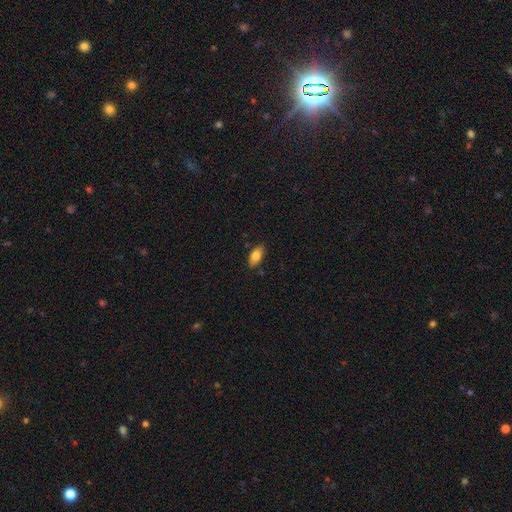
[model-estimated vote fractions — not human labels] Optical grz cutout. It shows a smooth galaxy with no disk features (82%) that is in between round and cigar-shaped (91%). Merging: none (85%).